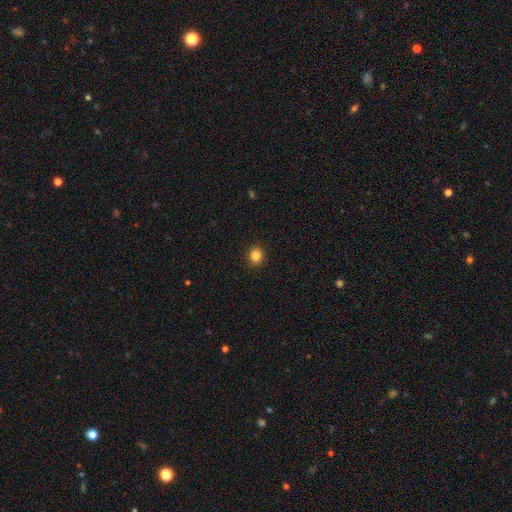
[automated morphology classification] A smooth galaxy with no disk features (85%) that is round (72%).

Vote fractions:
- Smooth or featured? smooth: 85% / star or artifact: 11% / featured or disk: 5%
- How rounded? round: 72% / in between: 28% / cigar-shaped: 1%
- Merging? none: 91% / minor disturbance: 6% / major disturbance: 2% / merger: 1%